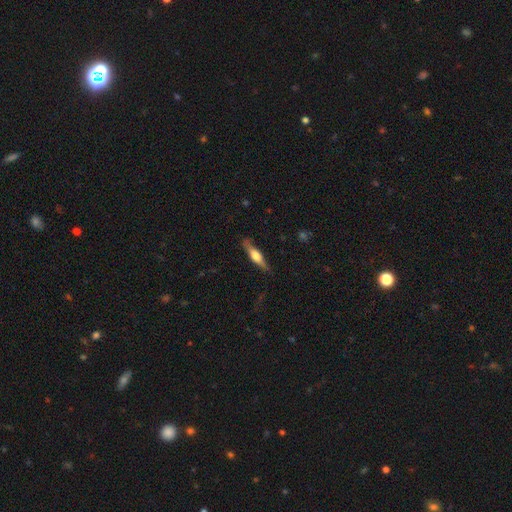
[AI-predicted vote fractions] smooth-or-featured: featured or disk: 58% | smooth: 37% | star or artifact: 5%
  disk-edge-on: yes: 94% | no: 6%
    edge-on-bulge: rounded: 85% | boxy: 12% | none: 4%
  merging: none: 80% | minor disturbance: 15% | major disturbance: 3% | merger: 1%